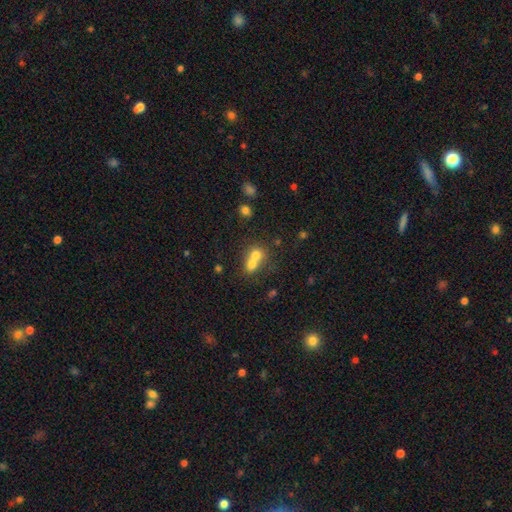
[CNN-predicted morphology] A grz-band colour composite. It shows a smooth galaxy with no disk features (69%) that is round (64%). Merging: merger (70%).